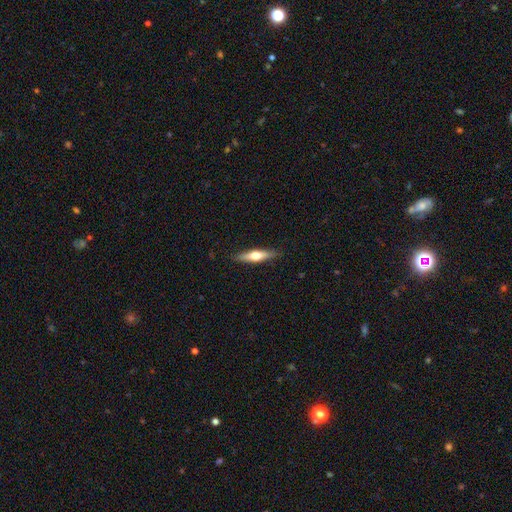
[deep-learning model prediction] This appears to be a smooth galaxy with no disk features (48%). Merging: none (87%).